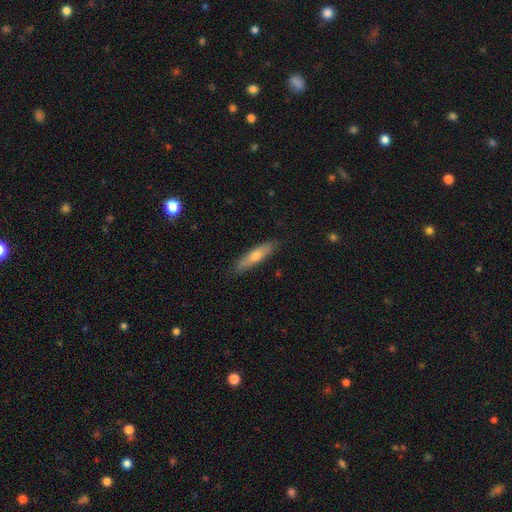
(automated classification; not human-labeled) Overall: smooth (58%; featured or disk 36%). How rounded: cigar-shaped (79%). Merging: none (87%).